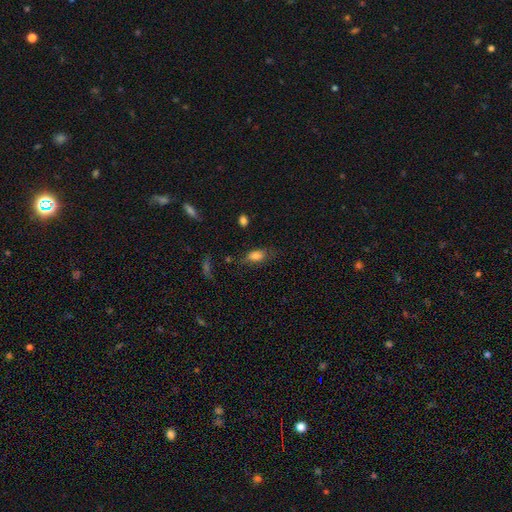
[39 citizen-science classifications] Smooth or featured: smooth — 77% (featured or disk — 18%)
How rounded: in between — 93% (round — 3%)
Merging: none — 59% (minor disturbance — 30%)